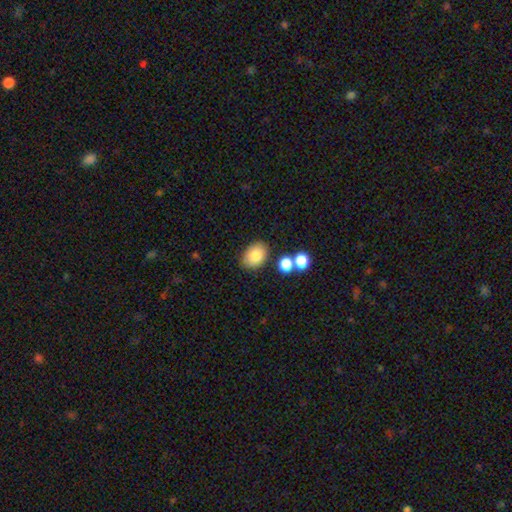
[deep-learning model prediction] This appears to be a smooth galaxy with no disk features (82%) that is in between round and cigar-shaped (76%). Merging: none (77%).